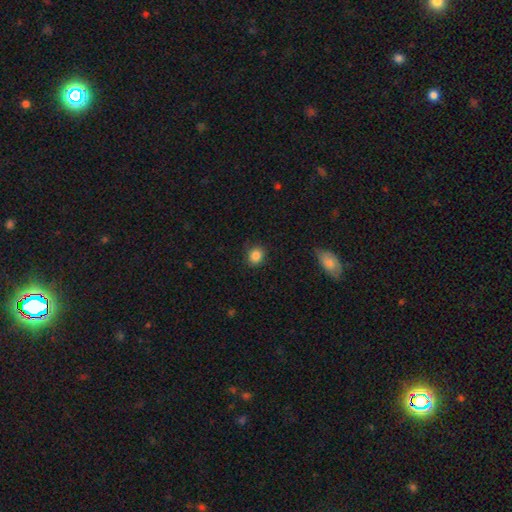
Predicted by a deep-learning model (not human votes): A smooth galaxy with no disk features (85%) that is round (74%).

Vote fractions:
- Smooth or featured? smooth: 85% / star or artifact: 10% / featured or disk: 5%
- How rounded? round: 74% / in between: 25% / cigar-shaped: 1%
- Merging? none: 86% / minor disturbance: 10% / major disturbance: 3% / merger: 1%